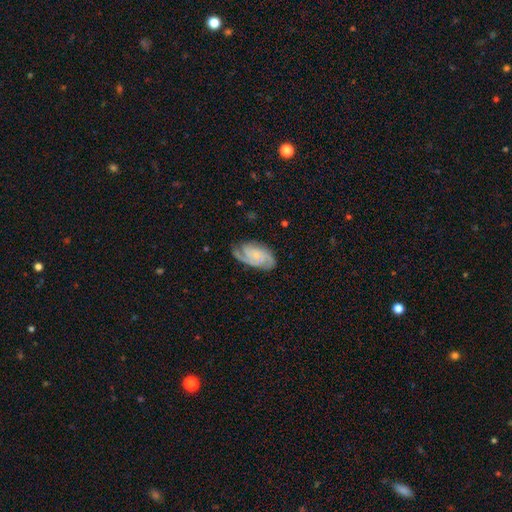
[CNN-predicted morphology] Smooth or featured?
  - featured or disk: 80% *
  - smooth: 14%
  - star or artifact: 6%
Edge-on disk?
  - no: 97% *
  - yes: 3%
Bar?
  - no: 68% *
  - weak: 27%
  - strong: 6%
Spiral arms?
  - yes: 97% *
  - no: 3%
Spiral winding?
  - tight: 53% *
  - medium: 37%
  - loose: 10%
Spiral arm count?
  - 3: 34% * (tied)
  - 2: 34% * (tied)
  - can't tell: 16%
  - 4: 7%
  - 1: 5%
  - more than 4: 4%
Bulge size?
  - small: 54% *
  - none: 30%
  - moderate: 13%
  - large: 2%
  - dominant: 1%
Merging?
  - none: 72% *
  - minor disturbance: 19%
  - major disturbance: 7%
  - merger: 1%